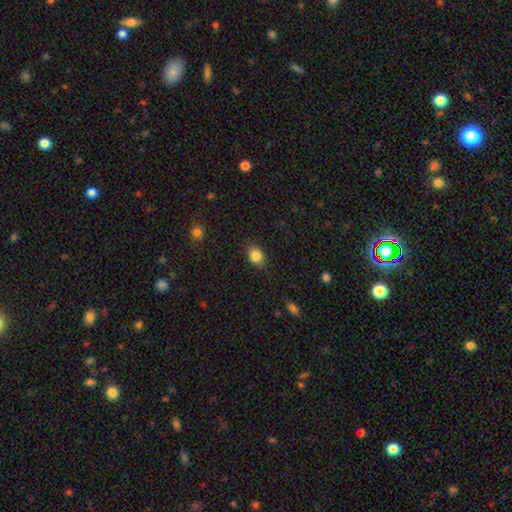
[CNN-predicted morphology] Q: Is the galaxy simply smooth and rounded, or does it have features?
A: smooth — 85%.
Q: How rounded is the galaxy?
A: in between — 57%.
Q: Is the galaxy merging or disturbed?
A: none — 81%.